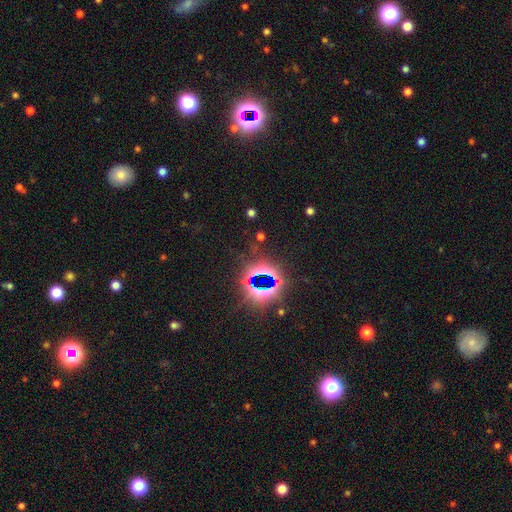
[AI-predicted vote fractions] A star or artifact, not a galaxy (78%).

Vote fractions:
- Smooth or featured? star or artifact: 78% / smooth: 12% / featured or disk: 10%